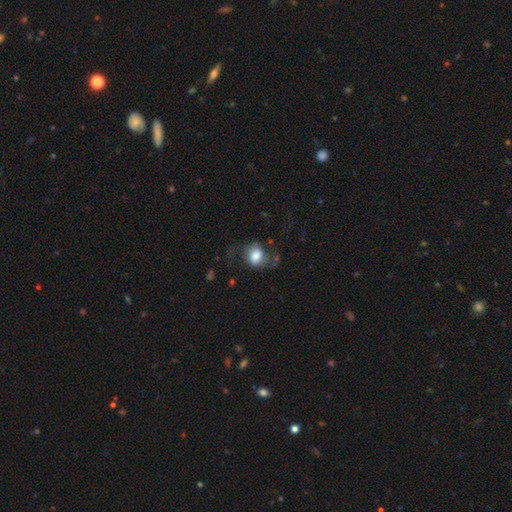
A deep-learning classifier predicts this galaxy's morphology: This is likely a smooth galaxy (69%). How rounded: possibly in between (52%). Merging: possibly none (49%).